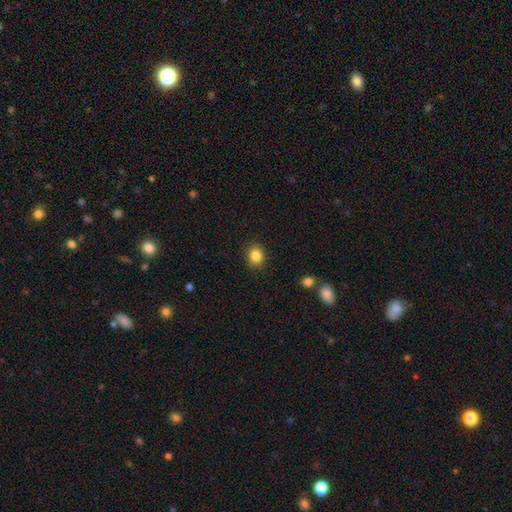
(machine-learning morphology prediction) Overall: smooth (85%). How rounded: round (62%; in between 37%). Merging: none (88%).